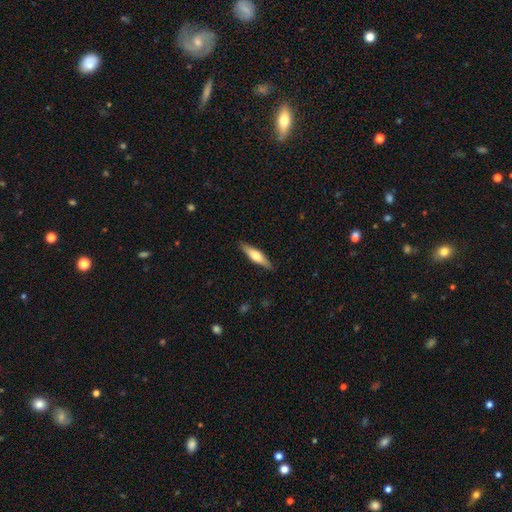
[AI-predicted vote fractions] Q: Smooth or featured?
A: smooth (50%); runner-up: featured or disk (45%)
Q: Merging?
A: none (89%); runner-up: minor disturbance (8%)